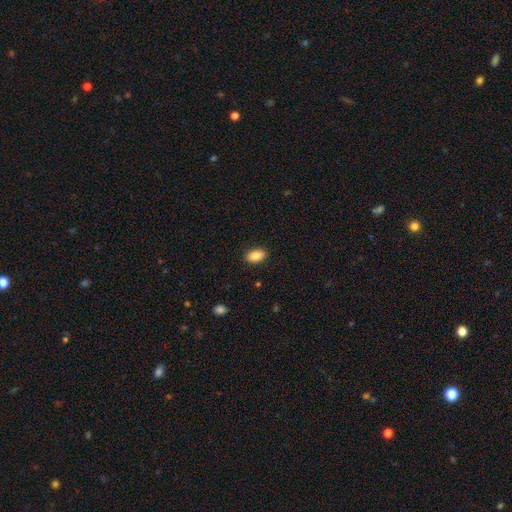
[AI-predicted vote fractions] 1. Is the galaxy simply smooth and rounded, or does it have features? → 87% smooth, 7% star or artifact, 6% featured or disk.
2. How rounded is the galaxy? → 91% in between, 7% round, 2% cigar-shaped.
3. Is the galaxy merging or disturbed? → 89% none, 8% minor disturbance, 2% major disturbance, 1% merger.